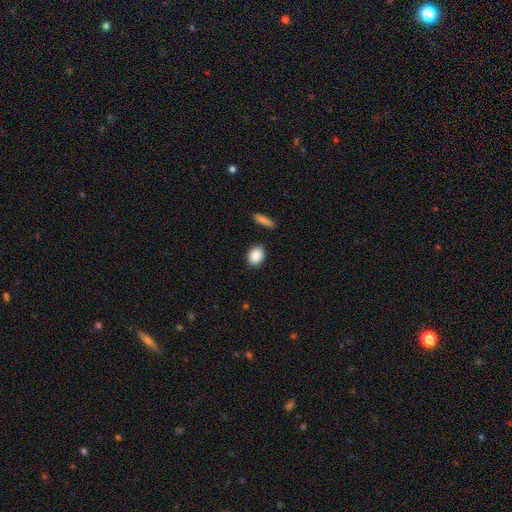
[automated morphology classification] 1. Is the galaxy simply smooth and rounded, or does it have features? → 88% smooth, 7% star or artifact, 5% featured or disk.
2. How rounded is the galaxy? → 63% in between, 35% round, 2% cigar-shaped.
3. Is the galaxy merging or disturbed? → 87% none, 8% minor disturbance, 3% merger, 2% major disturbance.